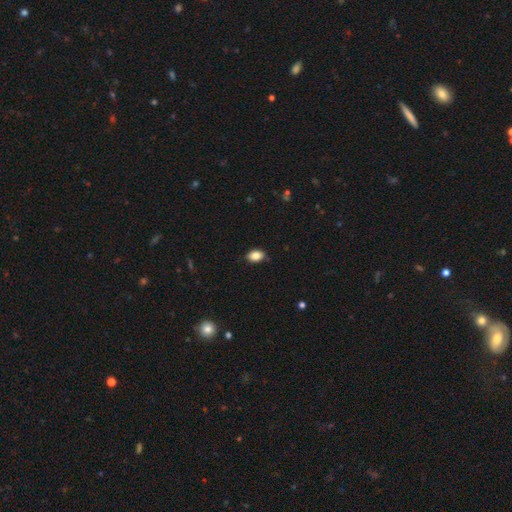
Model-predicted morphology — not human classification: The model was most divided on "how rounded": in between: 84%, round: 15%, cigar-shaped: 1%. More confident: smooth or featured — smooth (86%); merging — none (84%).